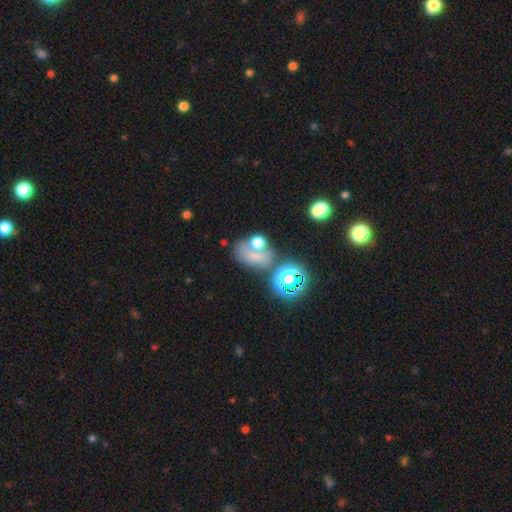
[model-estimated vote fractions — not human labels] This is possibly a smooth galaxy (52%). How rounded: likely in between (65%). Merging: marginally none (45%).